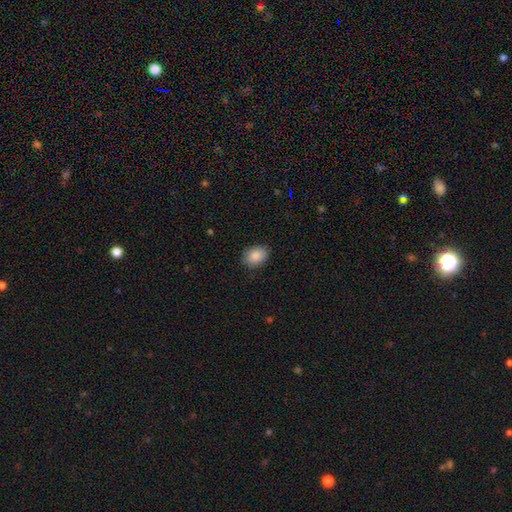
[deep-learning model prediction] Q: Smooth or featured?
A: smooth (88%); runner-up: star or artifact (7%)
Q: How rounded?
A: in between (71%); runner-up: round (28%)
Q: Merging?
A: none (85%); runner-up: minor disturbance (12%)